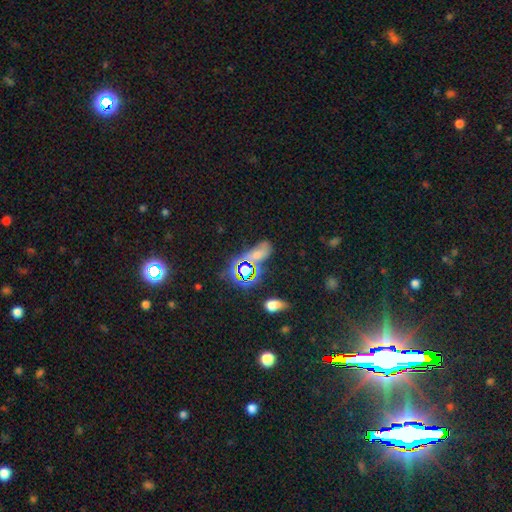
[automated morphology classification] star or artifact 44%, smooth 40%, featured or disk 16%.